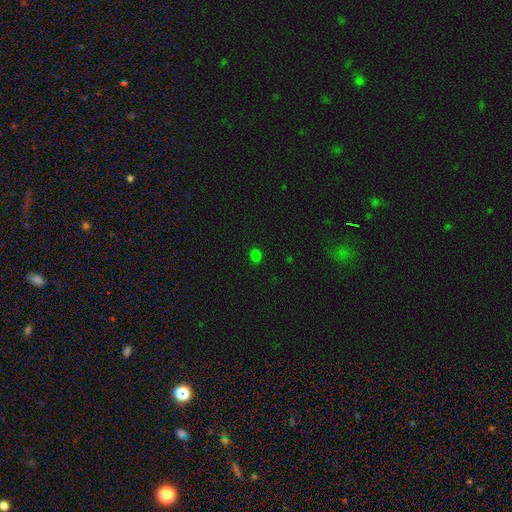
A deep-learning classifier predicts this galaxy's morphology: This is likely a smooth galaxy (77%). How rounded: likely round (71%). Merging: clearly none (89%).